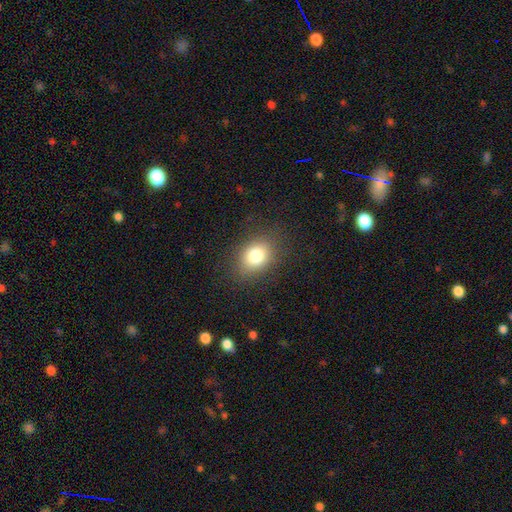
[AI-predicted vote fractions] A smooth galaxy with no disk features (79%) that is in between round and cigar-shaped (62%).

Vote fractions:
- Smooth or featured? smooth: 79% / star or artifact: 11% / featured or disk: 9%
- How rounded? in between: 62% / round: 37% / cigar-shaped: 1%
- Merging? none: 84% / minor disturbance: 11% / major disturbance: 5% / merger: 1%